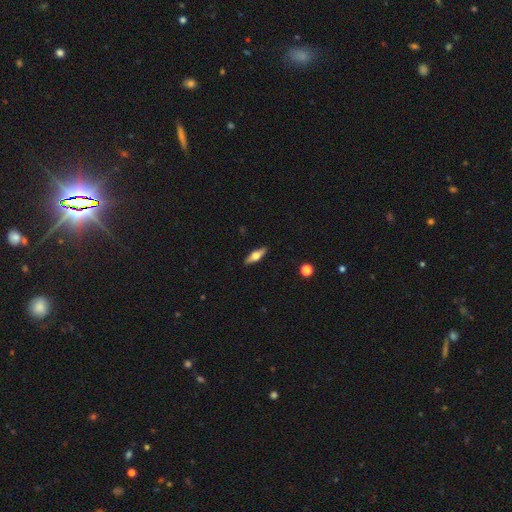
smooth_or_featured: featured or disk (p=0.64) [alt: smooth p=0.28]
disk_edge_on: yes (p=0.96) [alt: no p=0.04]
edge_on_bulge: rounded (p=0.96) [alt: boxy p=0.04]
merging: none (p=0.89) [alt: minor disturbance p=0.11]